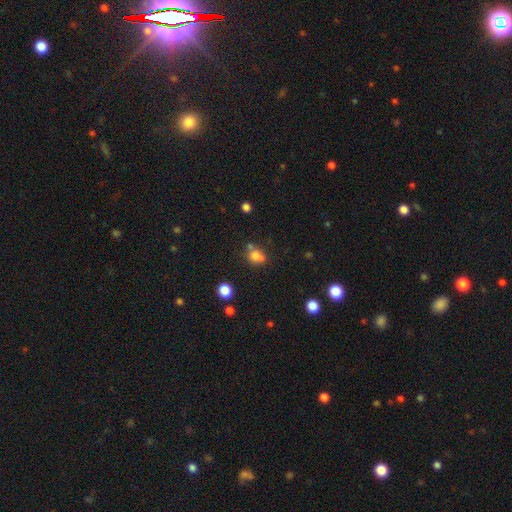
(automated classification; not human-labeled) Q: Smooth or featured?
A: smooth (73%); runner-up: star or artifact (15%)
Q: How rounded?
A: round (56%); runner-up: in between (42%)
Q: Merging?
A: none (44%); runner-up: merger (31%)